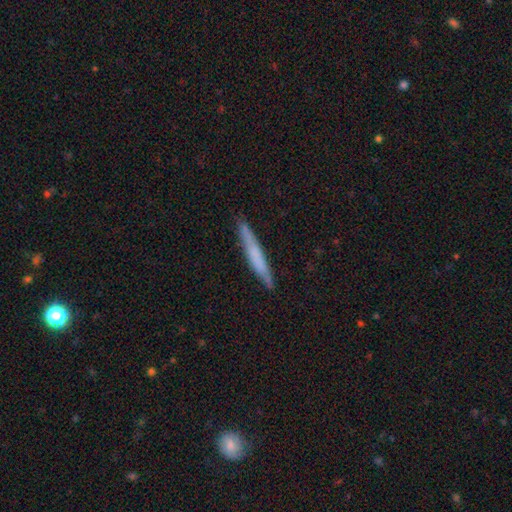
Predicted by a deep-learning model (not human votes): Smooth or featured? Predicted: smooth (p=0.57). How rounded? Predicted: cigar-shaped (p=0.96). Merging? Predicted: none (p=0.87).